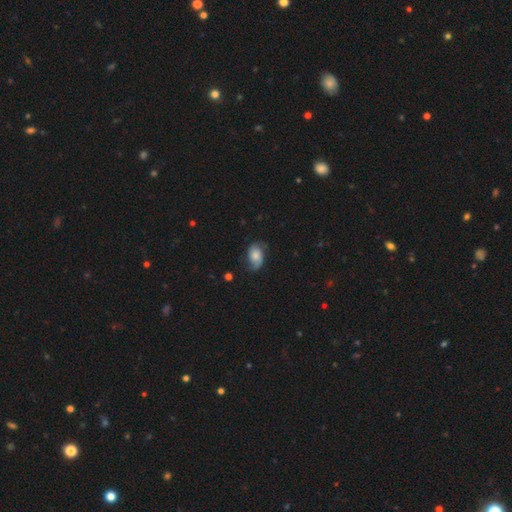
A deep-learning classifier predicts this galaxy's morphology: smooth_or_featured: smooth (p=0.57) [alt: featured or disk p=0.35]
how_rounded: in between (p=0.86) [alt: round p=0.12]
merging: none (p=0.58) [alt: minor disturbance p=0.30]